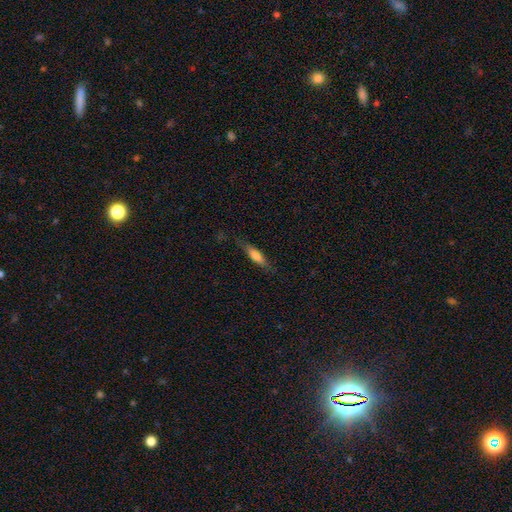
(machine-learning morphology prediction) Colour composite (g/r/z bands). It shows a smooth galaxy with no disk features (65%) that is cigar-shaped (70%). Merging: none (75%).